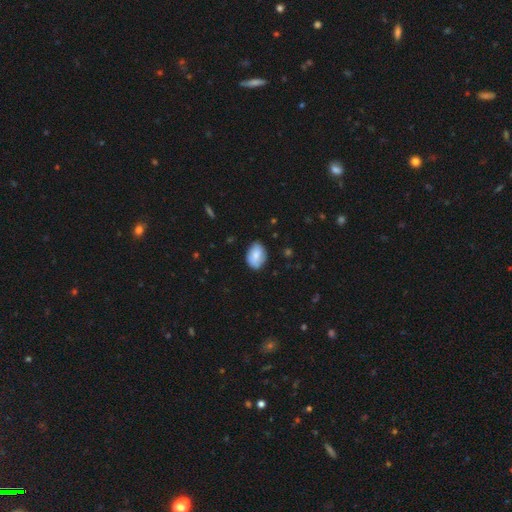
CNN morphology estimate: type=smooth (78%); roundness=in between (82%); merging=none (71%).